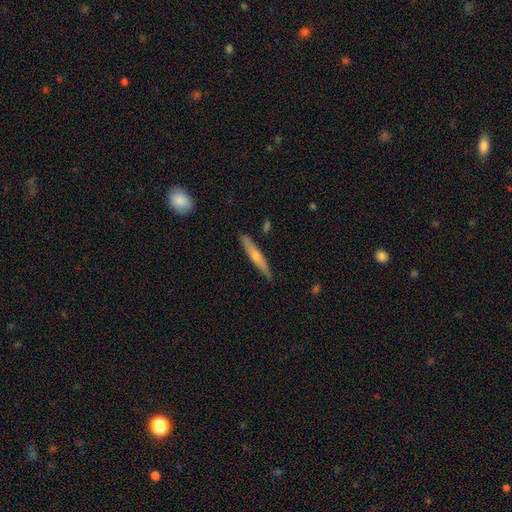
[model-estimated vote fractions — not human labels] Smooth or featured? featured or disk (52%)
Edge-on disk? yes (94%)
Merging? none (88%)